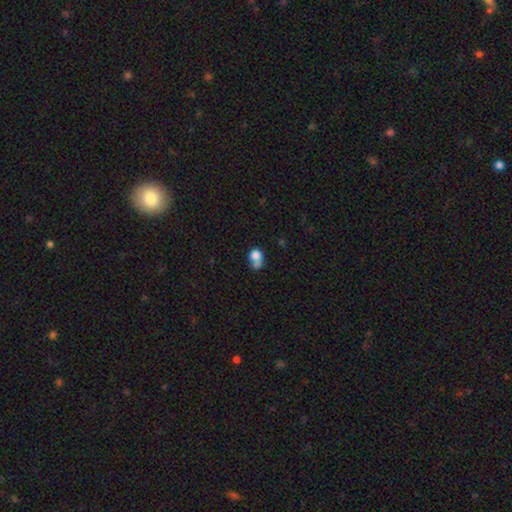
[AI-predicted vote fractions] Smooth or featured?
  - smooth: 77% *
  - featured or disk: 12%
  - star or artifact: 11%
How rounded?
  - round: 63% *
  - in between: 36%
  - cigar-shaped: 1%
Merging?
  - merger: 45% *
  - none: 30%
  - minor disturbance: 14%
  - major disturbance: 11%